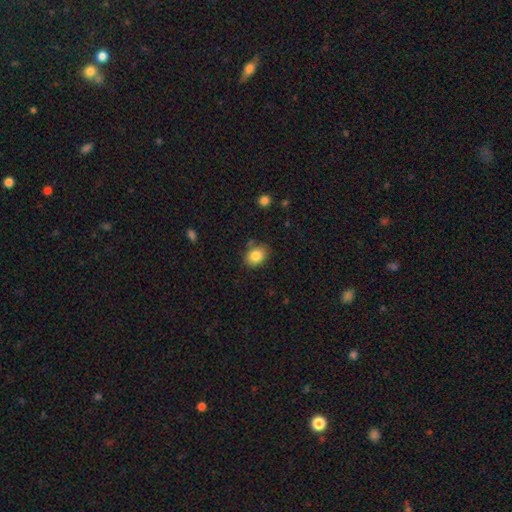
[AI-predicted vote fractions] smooth_or_featured: smooth (p=0.84) [alt: star or artifact p=0.09]
how_rounded: in between (p=0.62) [alt: round p=0.37]
merging: none (p=0.79) [alt: minor disturbance p=0.14]